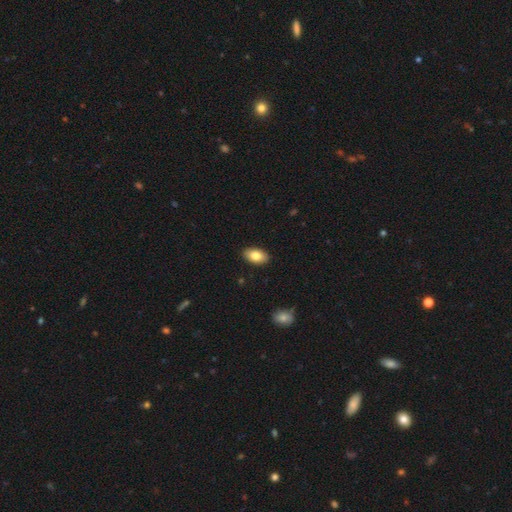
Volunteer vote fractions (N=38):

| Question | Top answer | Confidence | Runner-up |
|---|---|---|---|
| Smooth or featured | smooth | 82% | featured or disk (13%) |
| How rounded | in between | 97% | cigar-shaped (3%) |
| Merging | none | 94% | minor disturbance (3%) |